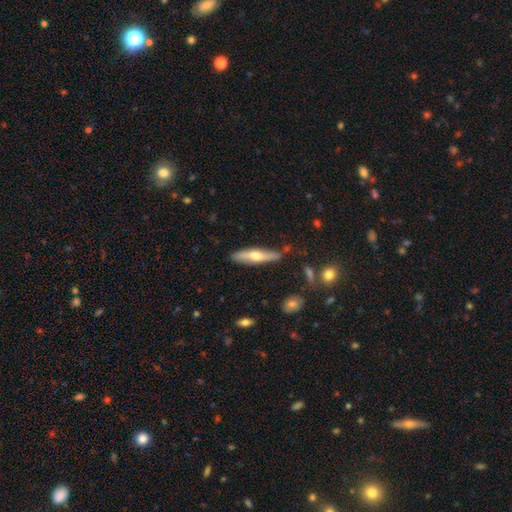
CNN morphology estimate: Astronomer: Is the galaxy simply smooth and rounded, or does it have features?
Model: smooth — 49% (runner-up: featured or disk, 45%).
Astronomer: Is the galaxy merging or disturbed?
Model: none — 80%.